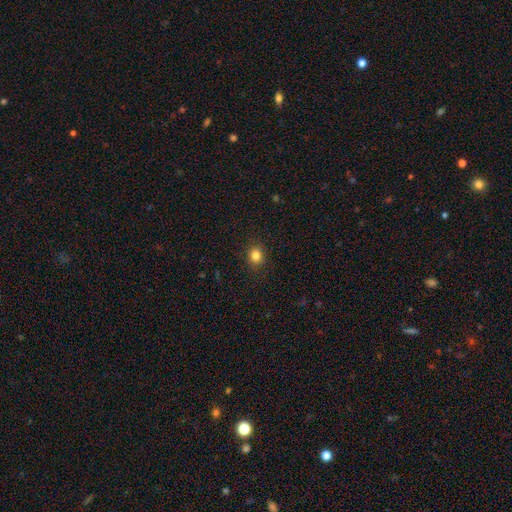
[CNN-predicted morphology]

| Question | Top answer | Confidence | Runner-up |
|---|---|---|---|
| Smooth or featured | smooth | 83% | star or artifact (12%) |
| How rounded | round | 72% | in between (27%) |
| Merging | none | 89% | minor disturbance (7%) |